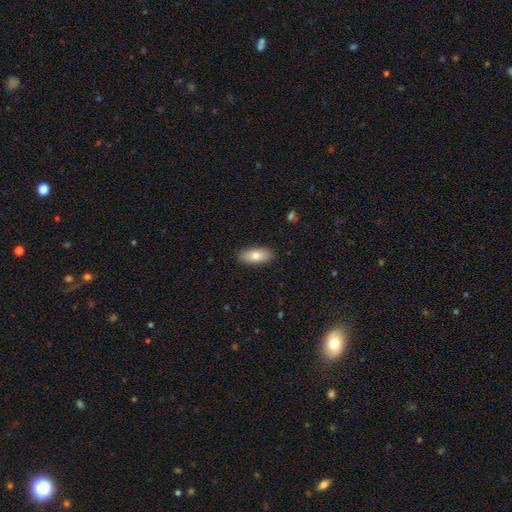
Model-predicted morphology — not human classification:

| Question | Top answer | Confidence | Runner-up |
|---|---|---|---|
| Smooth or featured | smooth | 77% | featured or disk (16%) |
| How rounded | in between | 85% | cigar-shaped (12%) |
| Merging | none | 88% | minor disturbance (9%) |